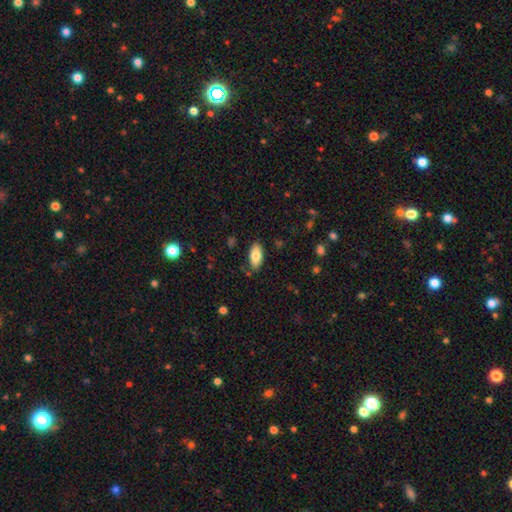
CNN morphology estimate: Smooth or featured? smooth (80%)
How rounded? in between (90%)
Merging? none (82%)